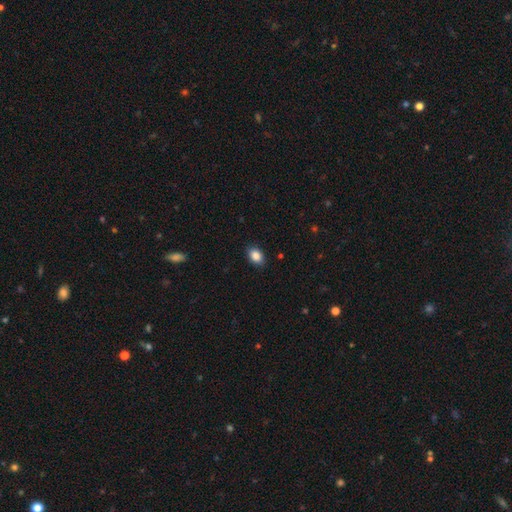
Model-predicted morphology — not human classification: Smooth or featured? smooth (88%)
How rounded? in between (80%)
Merging? none (88%)